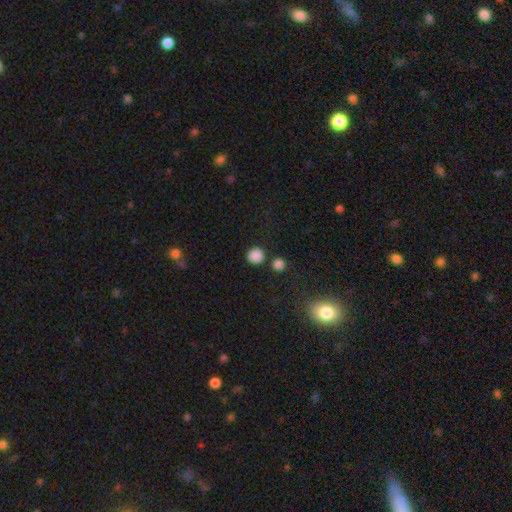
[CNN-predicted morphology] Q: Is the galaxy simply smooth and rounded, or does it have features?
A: smooth — 86%.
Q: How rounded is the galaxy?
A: round — 88%.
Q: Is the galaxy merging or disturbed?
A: none — 81%.